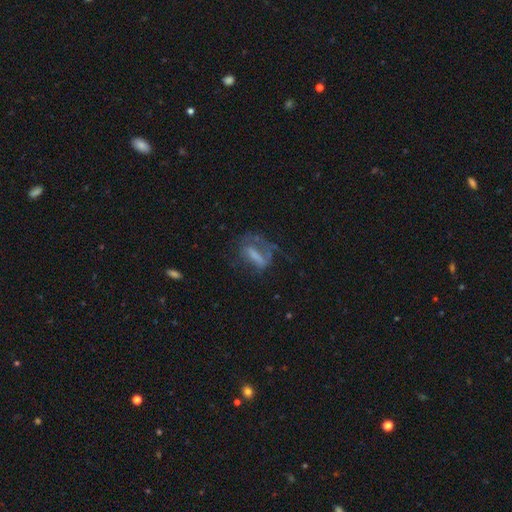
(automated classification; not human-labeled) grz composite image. It shows a featured or disk galaxy (48%). Merging: major disturbance (42%).